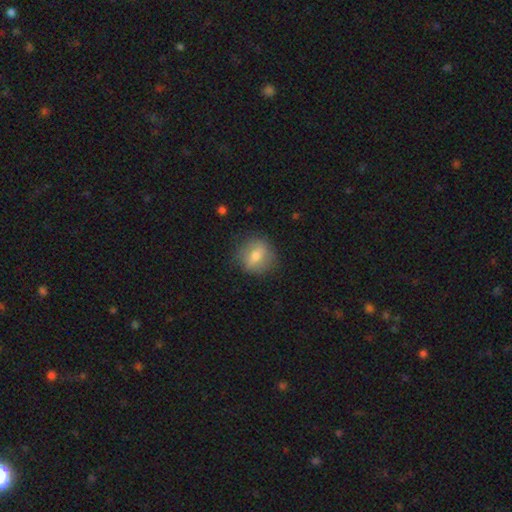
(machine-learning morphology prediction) Q: Smooth or featured?
A: smooth (65%); runner-up: featured or disk (26%)
Q: How rounded?
A: round (76%); runner-up: in between (22%)
Q: Merging?
A: none (80%); runner-up: minor disturbance (14%)